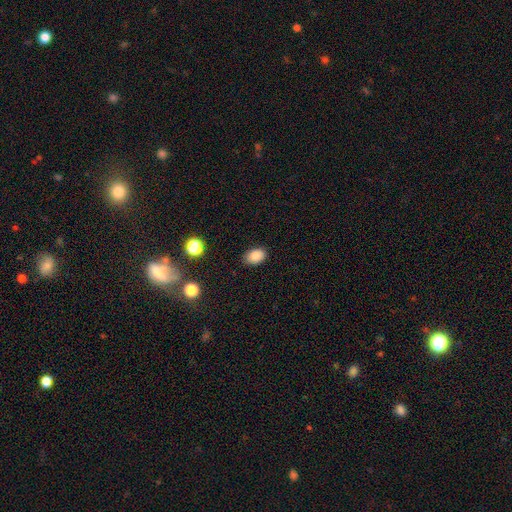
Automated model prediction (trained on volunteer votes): Smooth or featured? Predicted: smooth (p=0.86). How rounded? Predicted: in between (p=0.84). Merging? Predicted: none (p=0.84).